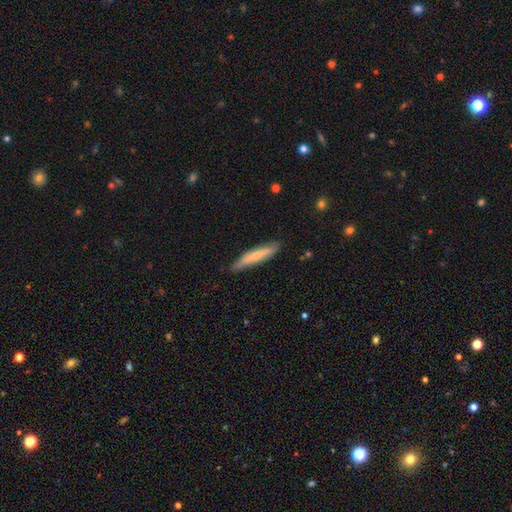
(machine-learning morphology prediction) Smooth or featured?
  - smooth: 59% *
  - featured or disk: 36%
  - star or artifact: 6%
How rounded?
  - cigar-shaped: 88% *
  - in between: 11%
  - round: 1%
Merging?
  - none: 82% *
  - minor disturbance: 14%
  - major disturbance: 2%
  - merger: 1%